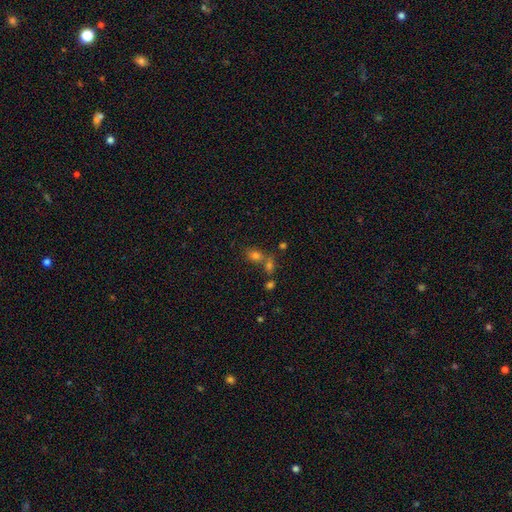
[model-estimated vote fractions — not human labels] Q: Smooth or featured?
A: smooth (66%); runner-up: star or artifact (22%)
Q: How rounded?
A: in between (62%); runner-up: round (36%)
Q: Merging?
A: none (44%); runner-up: merger (42%)